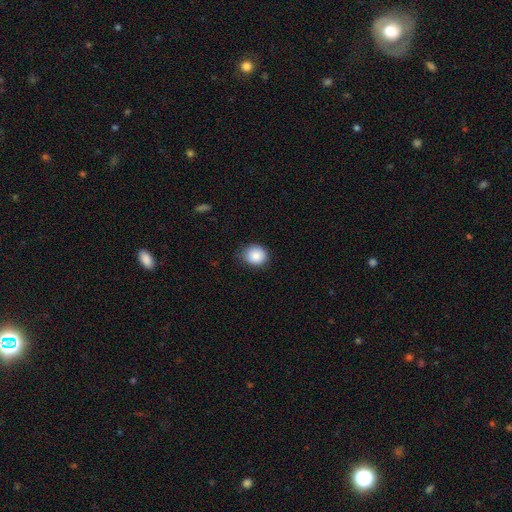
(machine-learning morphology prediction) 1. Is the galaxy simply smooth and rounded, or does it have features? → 87% smooth, 8% star or artifact, 5% featured or disk.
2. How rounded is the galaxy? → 74% round, 26% in between, 1% cigar-shaped.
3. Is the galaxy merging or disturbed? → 74% none, 21% minor disturbance, 3% major disturbance, 1% merger.